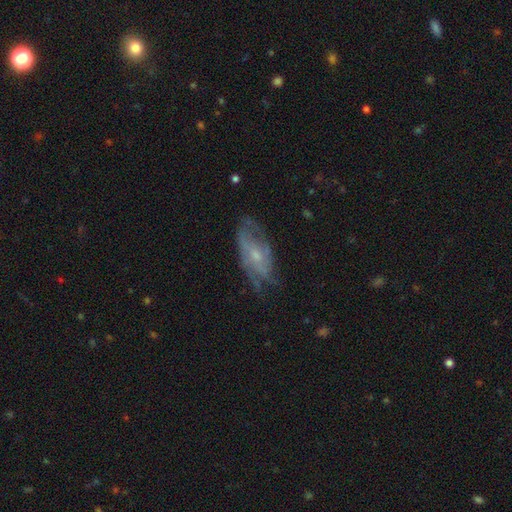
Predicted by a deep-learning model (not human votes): Smooth or featured: featured or disk — 64% (smooth — 29%)
Edge-on disk: no — 89% (yes — 11%)
Bar: no — 67% (weak — 29%)
Spiral arms: yes — 72% (no — 28%)
Bulge size: small — 54% (moderate — 35%)
Merging: none — 55% (minor disturbance — 28%)